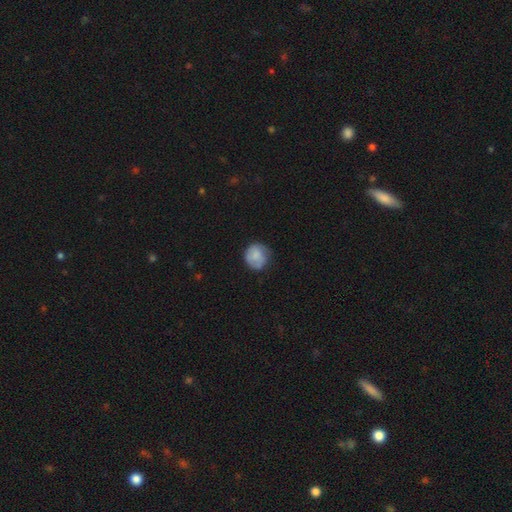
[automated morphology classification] The model was most divided on "merging": none: 67%, minor disturbance: 25%, major disturbance: 7%, merger: 1%. More confident: how rounded — round (85%); smooth or featured — smooth (77%).